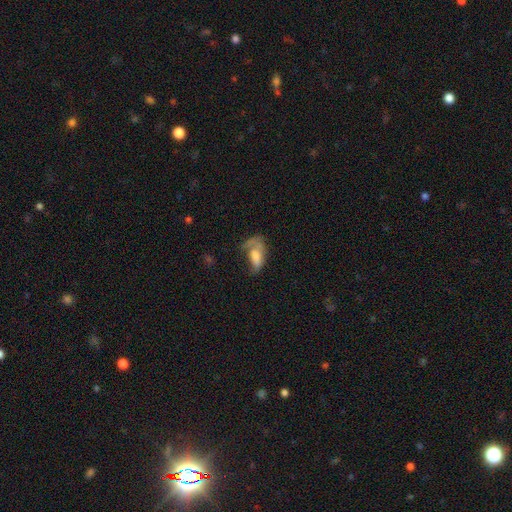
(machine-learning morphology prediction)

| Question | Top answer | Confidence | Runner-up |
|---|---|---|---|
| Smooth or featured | smooth | 51% | featured or disk (38%) |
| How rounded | in between | 85% | cigar-shaped (9%) |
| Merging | major disturbance | 49% | none (23%) |